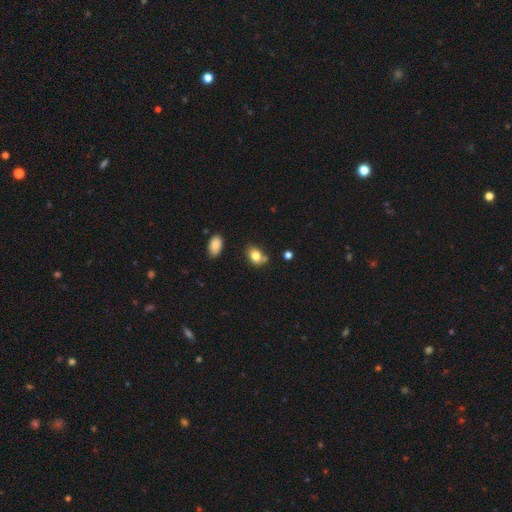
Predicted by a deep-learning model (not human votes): smooth_or_featured: smooth (p=0.81) [alt: star or artifact p=0.10]
how_rounded: in between (p=0.67) [alt: round p=0.31]
merging: none (p=0.62) [alt: minor disturbance p=0.20]